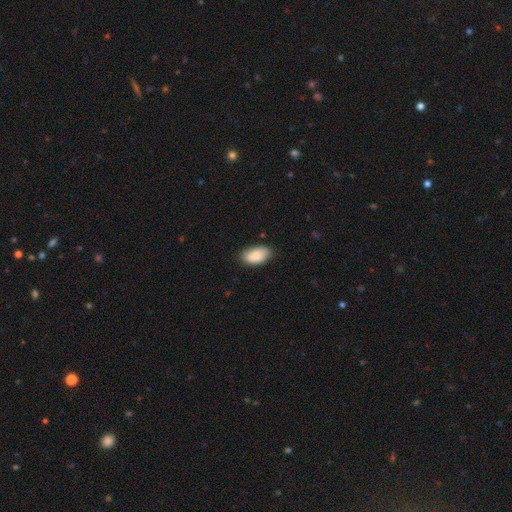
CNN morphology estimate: This is clearly a smooth galaxy (85%). How rounded: clearly in between (94%). Merging: likely none (79%).